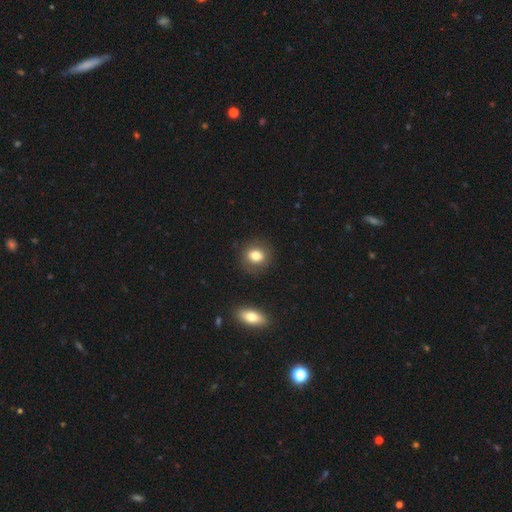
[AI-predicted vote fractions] Overall: smooth (80%). How rounded: round (71%). Merging: none (85%).